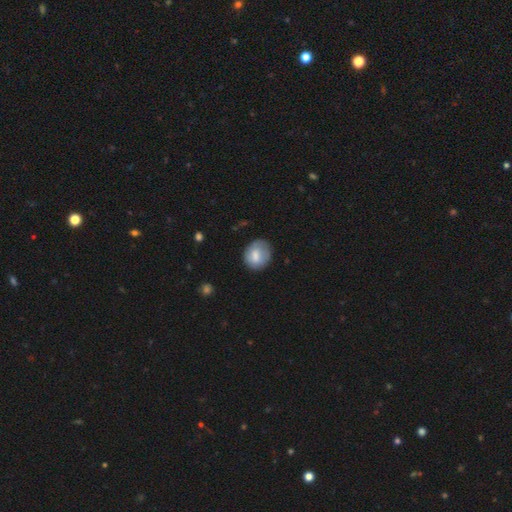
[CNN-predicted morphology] This appears to be a smooth galaxy with no disk features (74%) that is round (67%). Merging: none (70%).